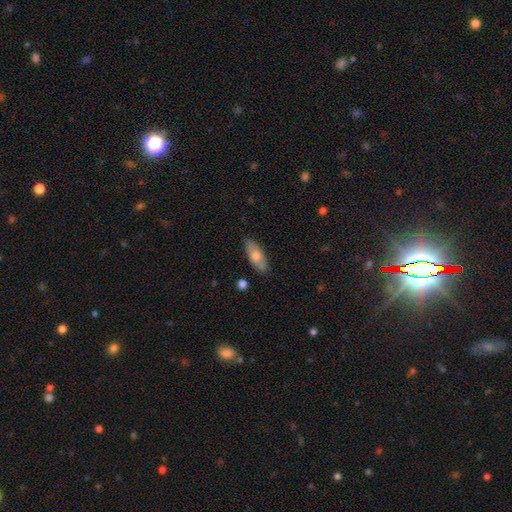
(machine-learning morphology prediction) Smooth or featured? smooth (63%)
How rounded? in between (81%)
Merging? none (84%)